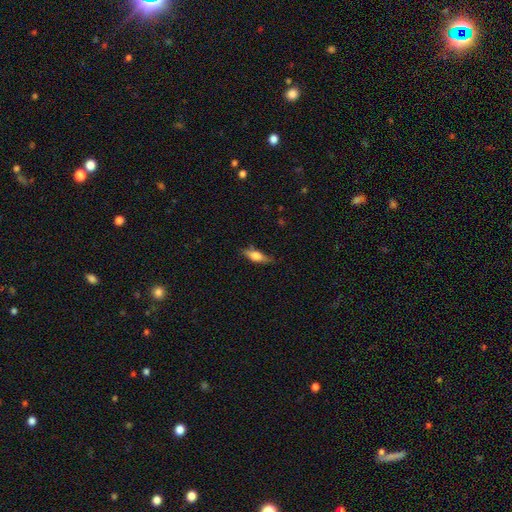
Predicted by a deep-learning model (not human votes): A smooth galaxy with no disk features (60%) that is in between round and cigar-shaped (56%). Merging: none (75%).